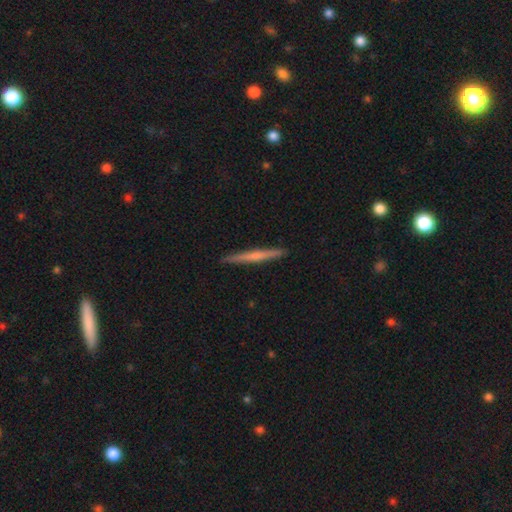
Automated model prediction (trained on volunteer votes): Smooth or featured? smooth (48%)
Merging? none (92%)